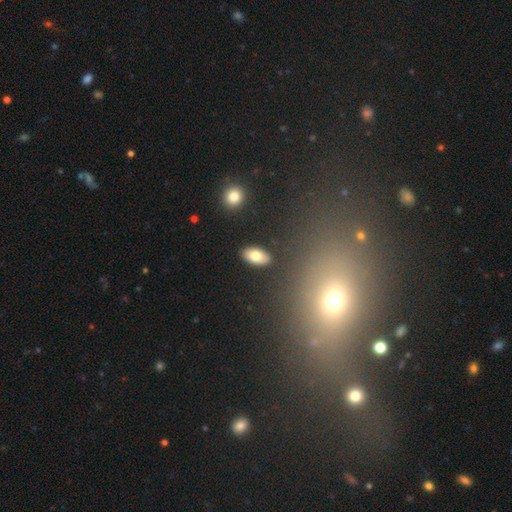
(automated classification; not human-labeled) Q: Smooth or featured?
A: smooth (76%); runner-up: featured or disk (16%)
Q: How rounded?
A: in between (94%); runner-up: round (4%)
Q: Merging?
A: none (88%); runner-up: minor disturbance (8%)